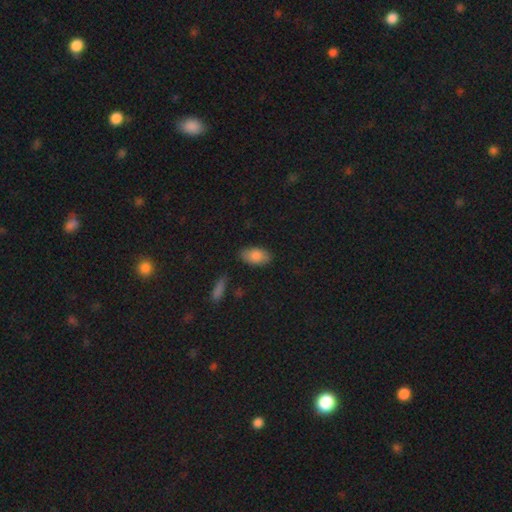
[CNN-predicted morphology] smooth 85%, featured or disk 8%, star or artifact 7%. Down the decision tree: how rounded — in between (93%); merging — none (84%).